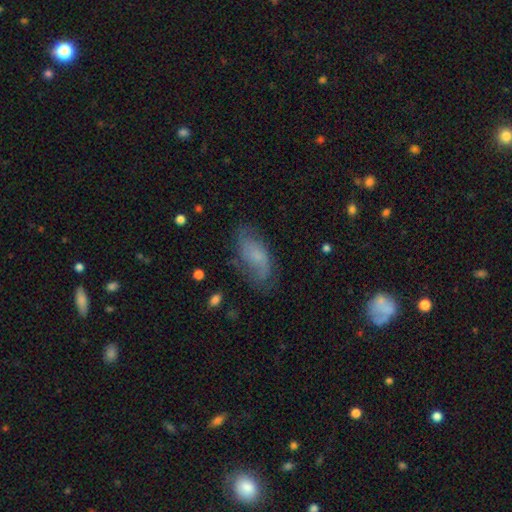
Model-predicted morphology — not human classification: smooth_or_featured: featured or disk (p=0.47) [alt: smooth p=0.44]
merging: none (p=0.66) [alt: minor disturbance p=0.22]